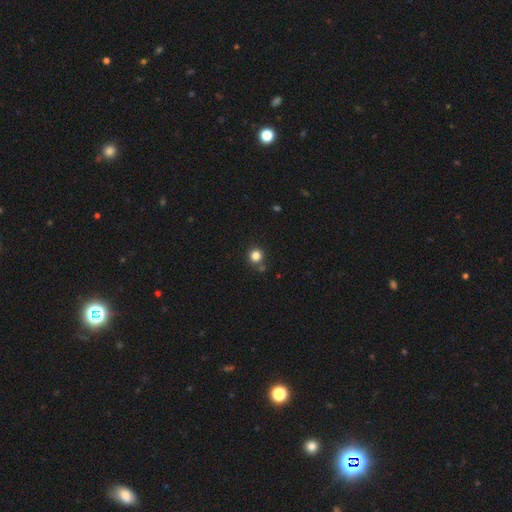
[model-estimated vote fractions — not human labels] smooth 82%, star or artifact 13%, featured or disk 5%. Down the decision tree: how rounded — round (92%); merging — none (82%).